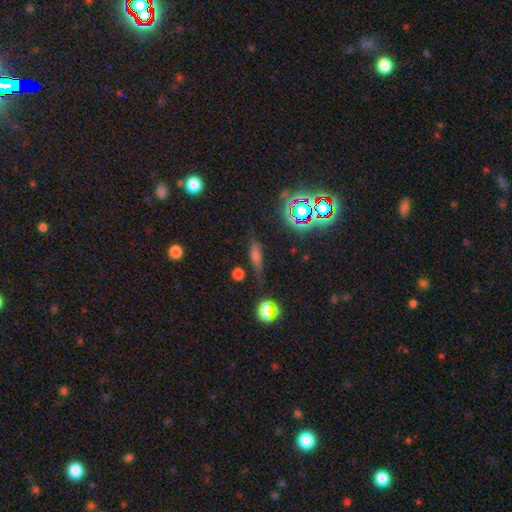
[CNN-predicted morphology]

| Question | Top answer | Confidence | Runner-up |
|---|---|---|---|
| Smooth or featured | smooth | 49% | featured or disk (29%) |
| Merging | none | 73% | minor disturbance (17%) |